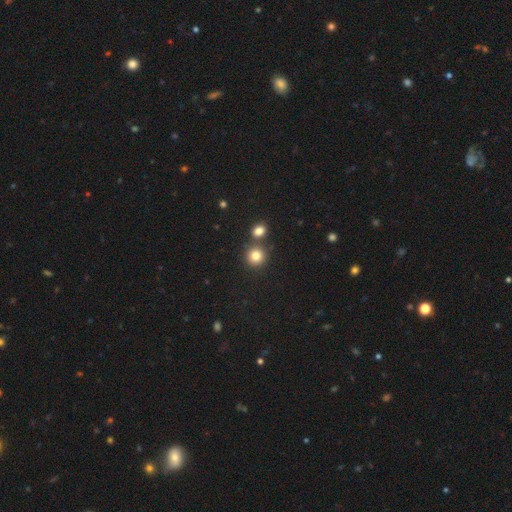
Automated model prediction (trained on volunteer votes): This is clearly a smooth galaxy (81%). How rounded: clearly round (89%). Merging: likely none (72%).